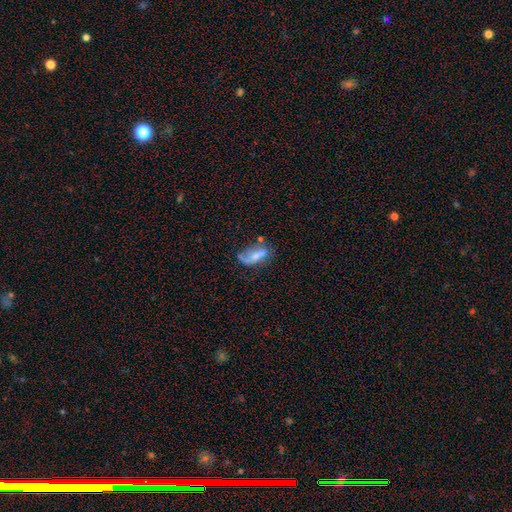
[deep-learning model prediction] Smooth or featured? featured or disk (46%)
Merging? none (38%)